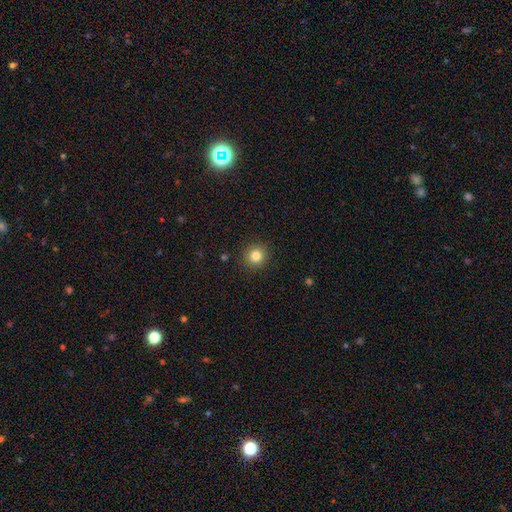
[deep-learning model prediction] Smooth or featured: smooth — 83% (star or artifact — 11%)
How rounded: round — 91% (in between — 8%)
Merging: none — 91% (minor disturbance — 6%)